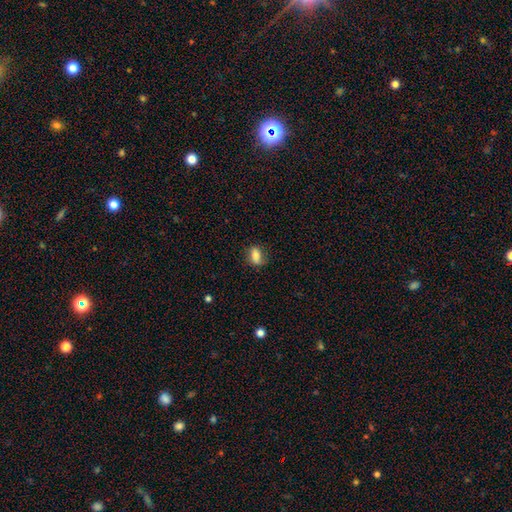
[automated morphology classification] Smooth or featured?
  - smooth: 73% *
  - featured or disk: 18%
  - star or artifact: 9%
How rounded?
  - in between: 78% *
  - round: 15%
  - cigar-shaped: 7%
Merging?
  - none: 73% *
  - minor disturbance: 20%
  - major disturbance: 6%
  - merger: 1%